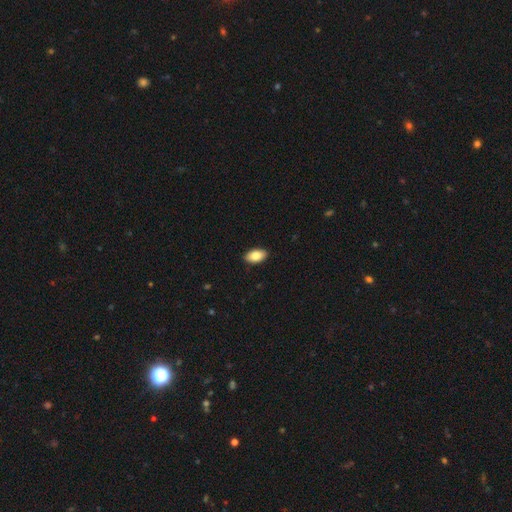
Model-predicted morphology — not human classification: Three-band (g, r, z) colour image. It shows a smooth galaxy with no disk features (85%) that is in between round and cigar-shaped (94%). Merging: none (91%).